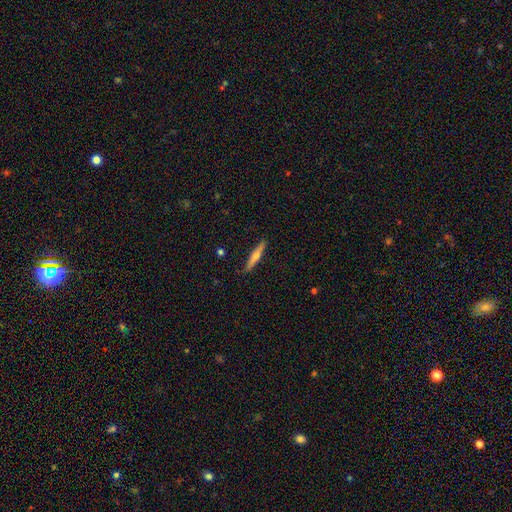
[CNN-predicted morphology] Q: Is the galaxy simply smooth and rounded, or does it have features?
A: smooth — 48%.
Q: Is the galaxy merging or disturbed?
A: none — 90%.